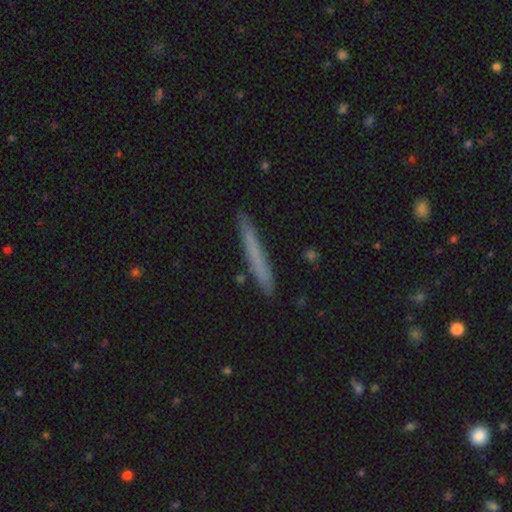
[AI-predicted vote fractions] smooth-or-featured: smooth: 63% | featured or disk: 30% | star or artifact: 7%
  how-rounded: cigar-shaped: 97% | in between: 2% | round: 1%
  merging: none: 90% | minor disturbance: 7% | major disturbance: 1% | merger: 1%